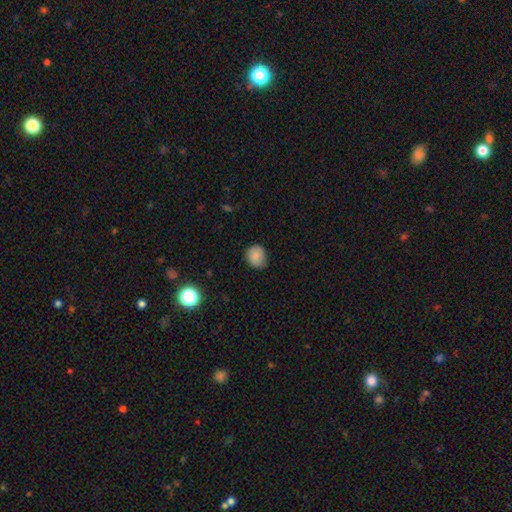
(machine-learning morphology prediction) Smooth or featured? Predicted: smooth (p=0.84). How rounded? Predicted: round (p=0.71). Merging? Predicted: none (p=0.73).